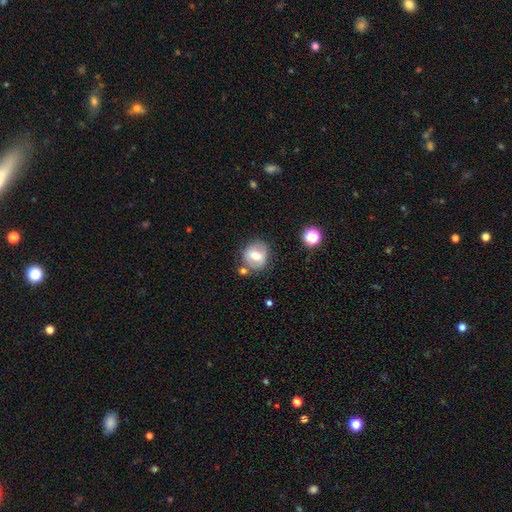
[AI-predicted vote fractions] Q: Smooth or featured?
A: smooth (57%); runner-up: featured or disk (34%)
Q: How rounded?
A: round (83%); runner-up: in between (16%)
Q: Merging?
A: none (72%); runner-up: minor disturbance (14%)